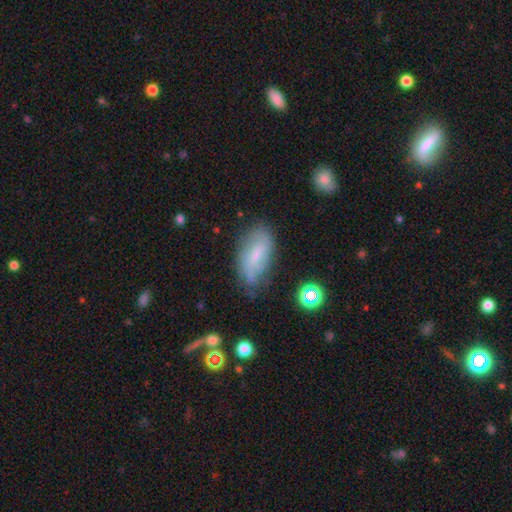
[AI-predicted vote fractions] A smooth galaxy with no disk features (54%) that is in between round and cigar-shaped (90%).

Vote fractions:
- Smooth or featured? smooth: 54% / featured or disk: 37% / star or artifact: 9%
- How rounded? in between: 90% / cigar-shaped: 7% / round: 4%
- Merging? none: 59% / minor disturbance: 29% / major disturbance: 9% / merger: 3%